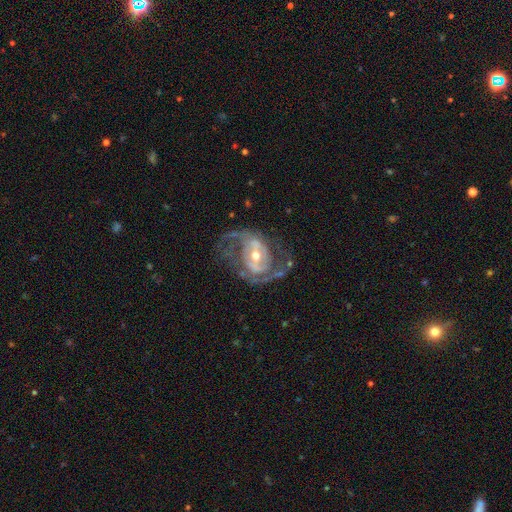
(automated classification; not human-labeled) The model was most divided on "bar": weak: 37%, no: 36%, strong: 28%. Remaining: edge-on disk — no (96%); spiral arms — yes (88%); smooth or featured — featured or disk (87%); spiral arm count — 2 (76%); bulge size — moderate (58%); merging — none (58%); spiral winding — medium (50%).